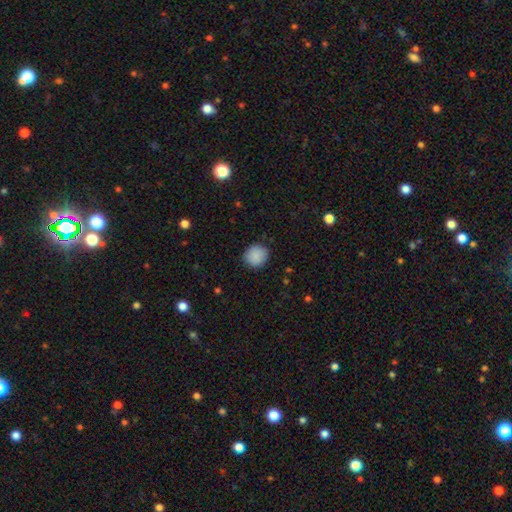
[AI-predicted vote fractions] smooth_or_featured: smooth (p=0.89) [alt: star or artifact p=0.08]
how_rounded: round (p=0.87) [alt: in between p=0.12]
merging: none (p=0.88) [alt: minor disturbance p=0.09]